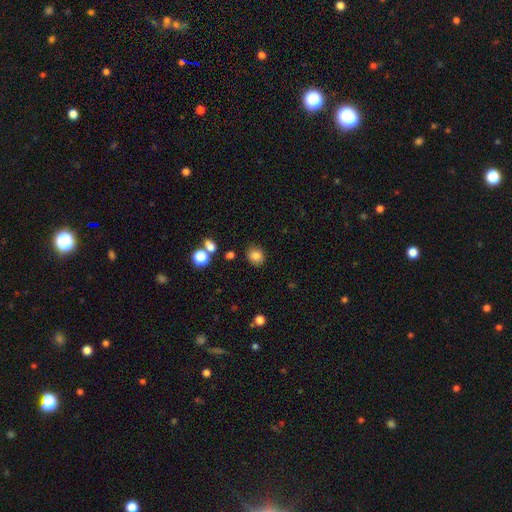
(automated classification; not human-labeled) A smooth galaxy with no disk features (83%) that is round (71%). Merging: none (84%).